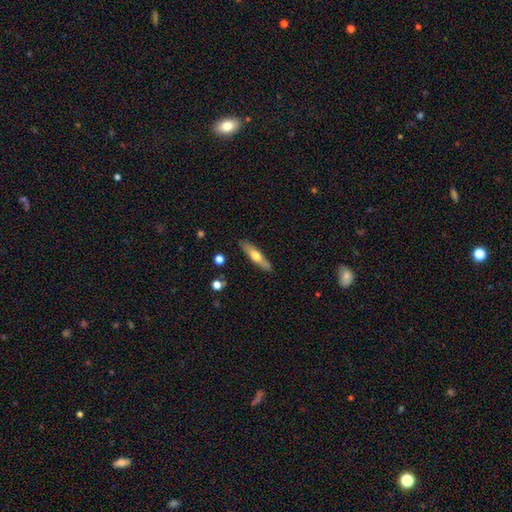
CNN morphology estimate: A smooth galaxy with no disk features (52%) that is cigar-shaped (78%). Merging: none (87%).